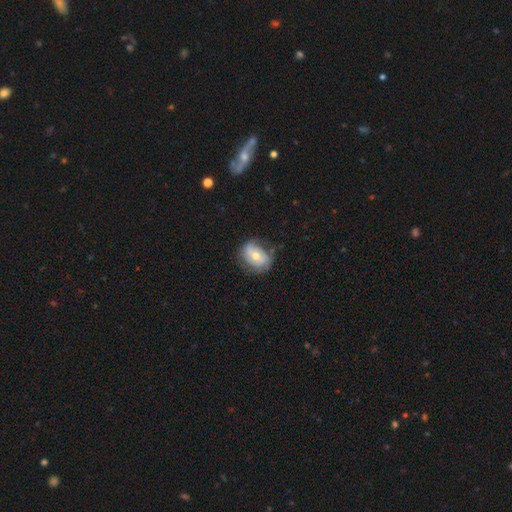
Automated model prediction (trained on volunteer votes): Smooth or featured? Predicted: featured or disk (p=0.47). Merging? Predicted: none (p=0.61).